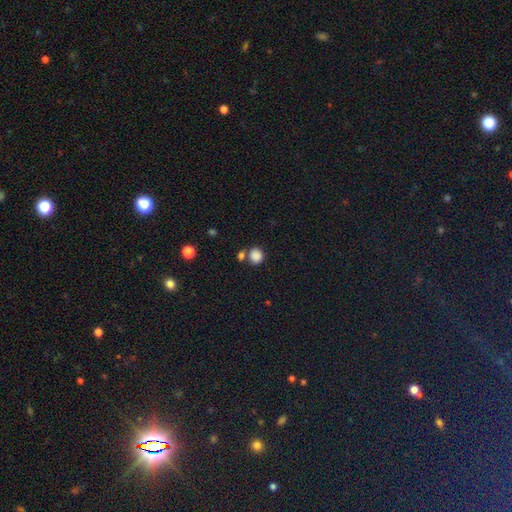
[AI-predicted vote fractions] Smooth or featured: smooth — 86% (star or artifact — 10%)
How rounded: round — 81% (in between — 18%)
Merging: none — 64% (merger — 22%)